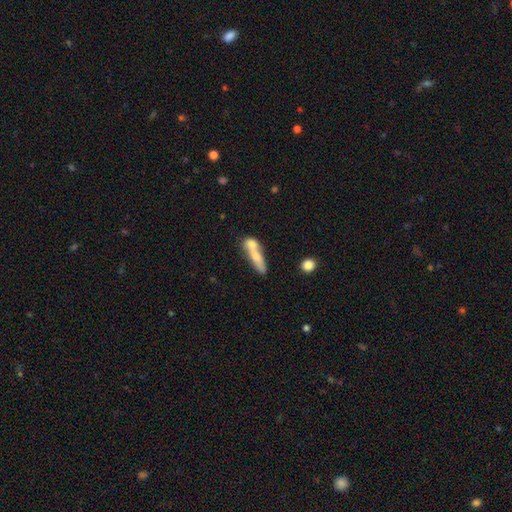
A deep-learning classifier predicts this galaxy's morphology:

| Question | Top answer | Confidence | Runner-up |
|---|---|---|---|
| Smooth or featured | smooth | 62% | featured or disk (30%) |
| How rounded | cigar-shaped | 61% | in between (35%) |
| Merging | merger | 51% | none (30%) |